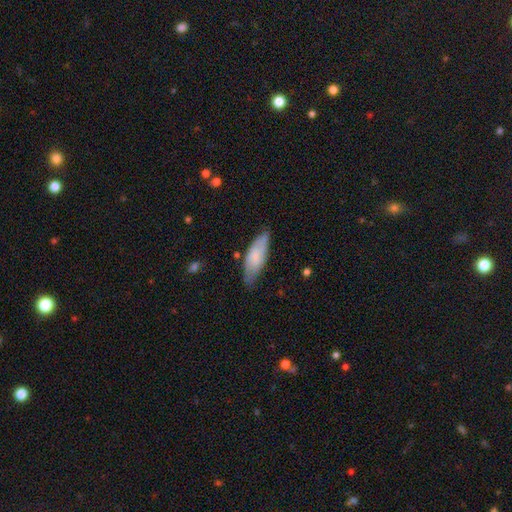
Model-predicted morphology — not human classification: Smooth or featured?
  - smooth: 67% *
  - featured or disk: 27%
  - star or artifact: 6%
How rounded?
  - in between: 65% *
  - cigar-shaped: 33%
  - round: 2%
Merging?
  - none: 67% *
  - minor disturbance: 25%
  - major disturbance: 5%
  - merger: 2%